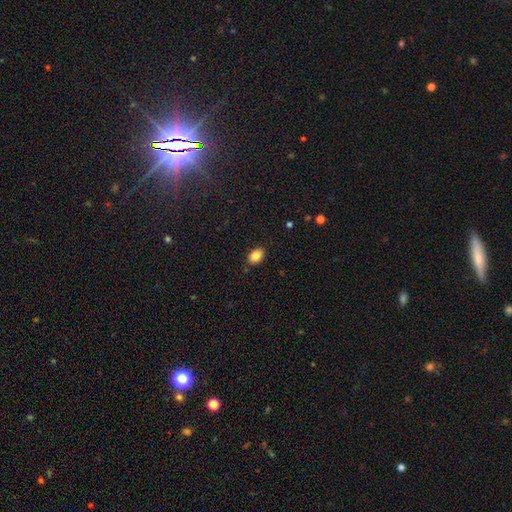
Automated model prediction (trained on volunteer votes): A smooth galaxy with no disk features (86%) that is in between round and cigar-shaped (84%). Merging: none (87%).